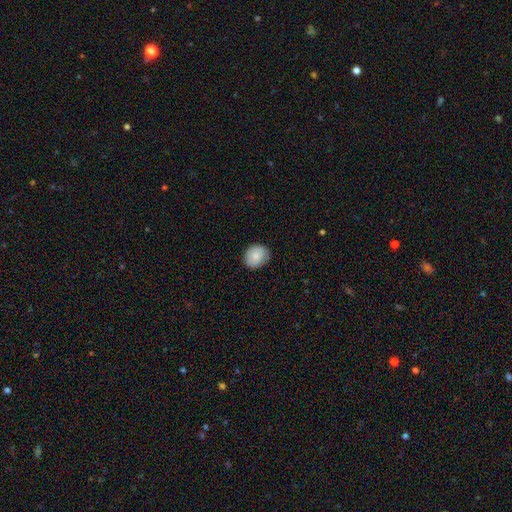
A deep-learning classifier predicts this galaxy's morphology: A smooth galaxy with no disk features (82%) that is round (72%). Merging: none (84%).